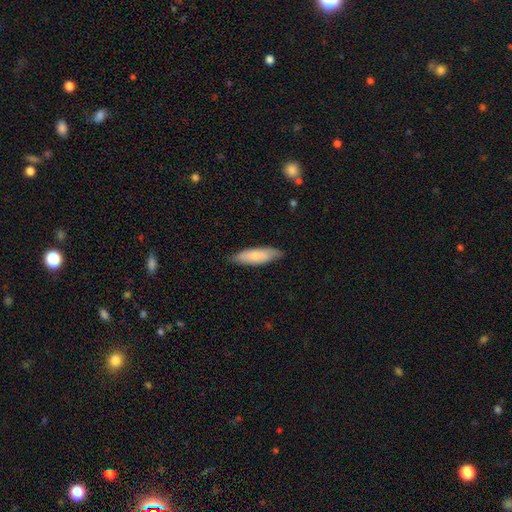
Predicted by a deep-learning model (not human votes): Morphology: type=smooth (73%); roundness=in between (50%); merging=none (82%).